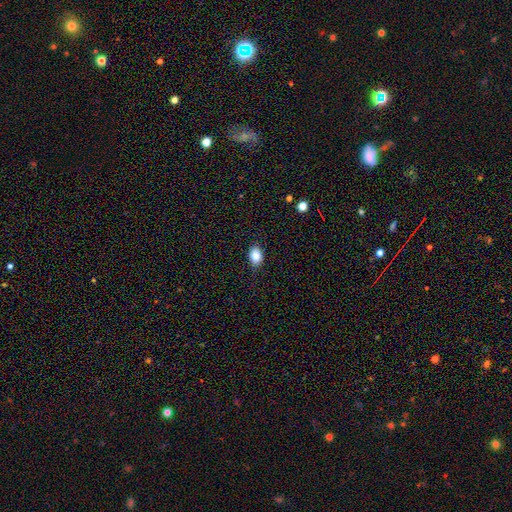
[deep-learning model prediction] Smooth or featured? smooth (83%)
How rounded? in between (77%)
Merging? none (86%)